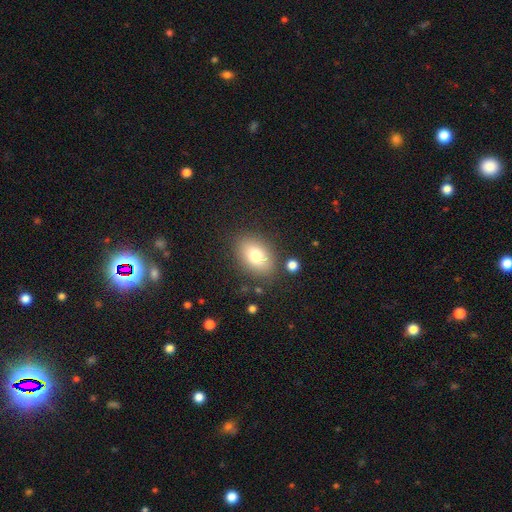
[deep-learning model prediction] smooth_or_featured: smooth (p=0.77) [alt: featured or disk p=0.13]
how_rounded: in between (p=0.79) [alt: round p=0.20]
merging: none (p=0.80) [alt: minor disturbance p=0.12]